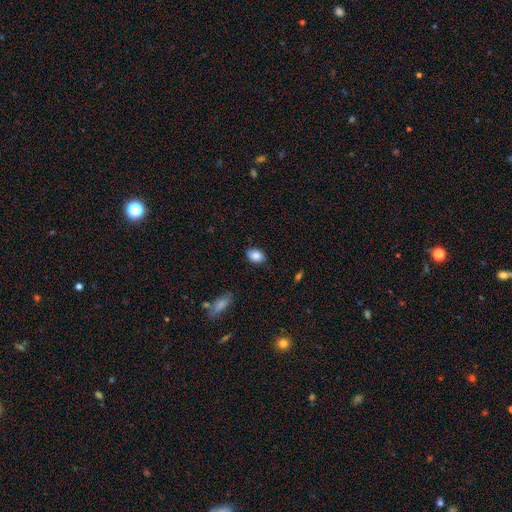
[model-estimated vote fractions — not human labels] Q: Smooth or featured?
A: smooth (85%); runner-up: star or artifact (8%)
Q: How rounded?
A: in between (79%); runner-up: round (19%)
Q: Merging?
A: none (80%); runner-up: minor disturbance (16%)